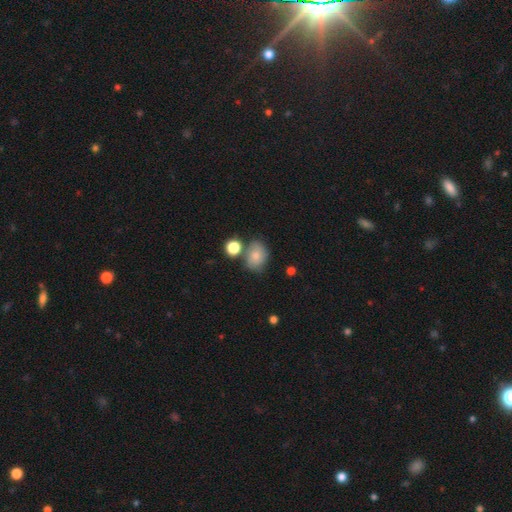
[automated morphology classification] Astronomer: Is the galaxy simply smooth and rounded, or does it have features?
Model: smooth — 73%.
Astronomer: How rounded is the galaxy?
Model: in between — 54% (runner-up: round, 45%).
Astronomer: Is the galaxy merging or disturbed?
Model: none — 61%.